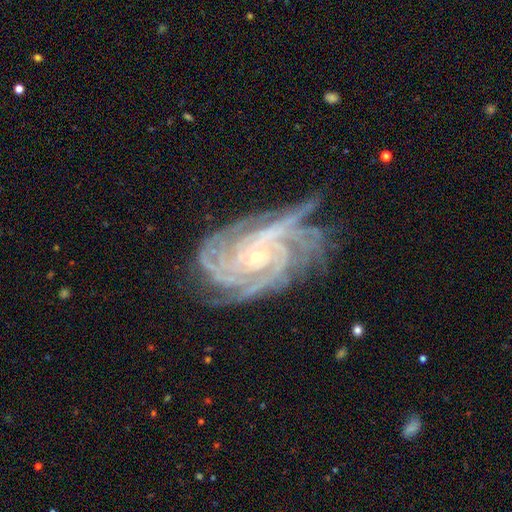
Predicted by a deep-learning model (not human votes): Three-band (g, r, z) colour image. It shows a featured or disk galaxy (90%) with no bar (70%), 4 (34%) tight (74%) spiral arms (99%) and a small central bulge (81%). Merging: none (69%).